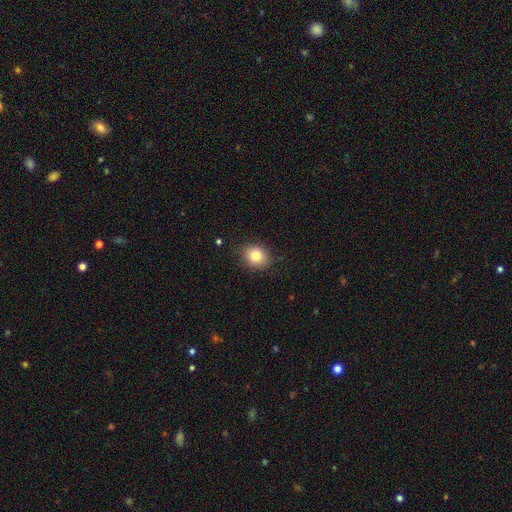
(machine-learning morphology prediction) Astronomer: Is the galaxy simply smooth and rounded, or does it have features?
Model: smooth — 81%.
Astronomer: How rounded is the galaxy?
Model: round — 62% (runner-up: in between, 37%).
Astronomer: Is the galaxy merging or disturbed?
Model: none — 87%.